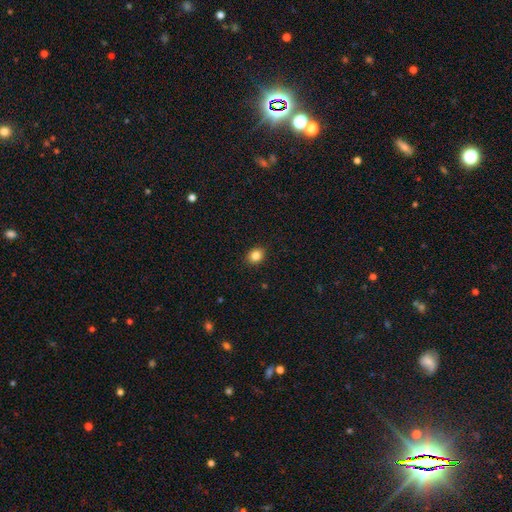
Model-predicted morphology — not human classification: smooth_or_featured: smooth (p=0.85) [alt: star or artifact p=0.10]
how_rounded: round (p=0.58) [alt: in between p=0.42]
merging: none (p=0.90) [alt: minor disturbance p=0.07]